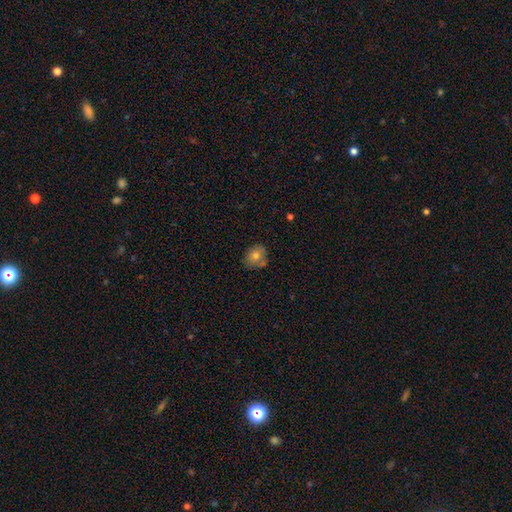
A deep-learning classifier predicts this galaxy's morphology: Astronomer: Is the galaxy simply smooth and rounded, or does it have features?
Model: smooth — 73%.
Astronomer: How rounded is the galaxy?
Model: round — 58% (runner-up: in between, 41%).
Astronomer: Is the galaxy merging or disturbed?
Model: none — 68%.